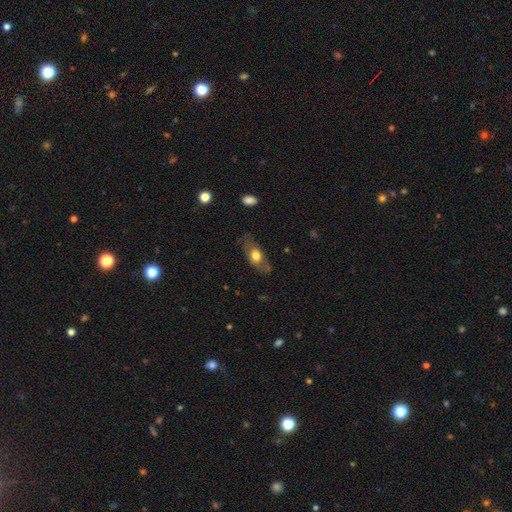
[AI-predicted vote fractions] smooth-or-featured: smooth: 57% | featured or disk: 36% | star or artifact: 7%
  how-rounded: in between: 78% | cigar-shaped: 14% | round: 8%
  merging: none: 63% | minor disturbance: 25% | major disturbance: 10% | merger: 2%